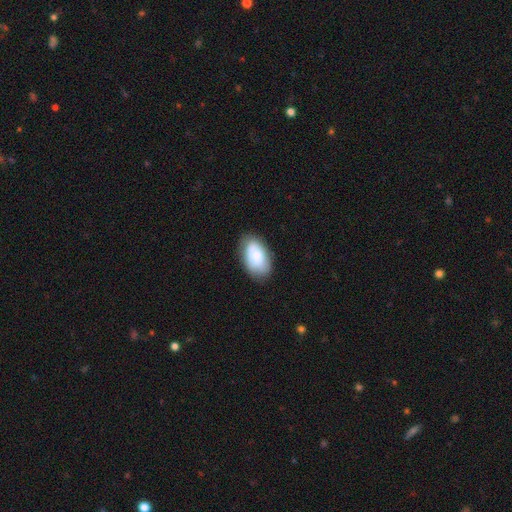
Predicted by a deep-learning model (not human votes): Morphology: type=smooth (73%); roundness=in between (93%); merging=none (75%).